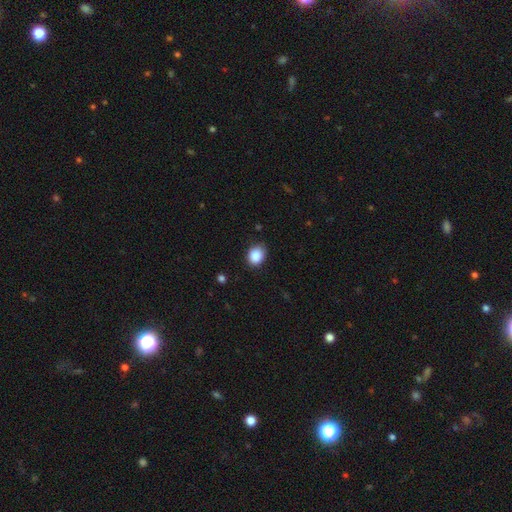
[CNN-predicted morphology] A smooth galaxy with no disk features (88%) that is in between round and cigar-shaped (50%). Merging: none (81%).